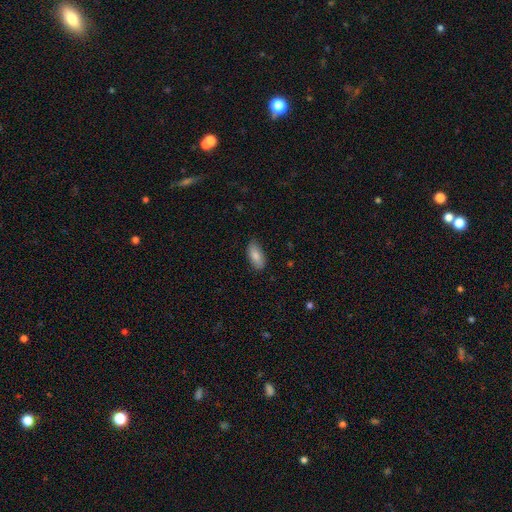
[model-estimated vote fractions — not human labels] smooth-or-featured: smooth: 83% | featured or disk: 11% | star or artifact: 6%
  how-rounded: in between: 89% | cigar-shaped: 9% | round: 2%
  merging: none: 84% | minor disturbance: 13% | major disturbance: 2% | merger: 1%